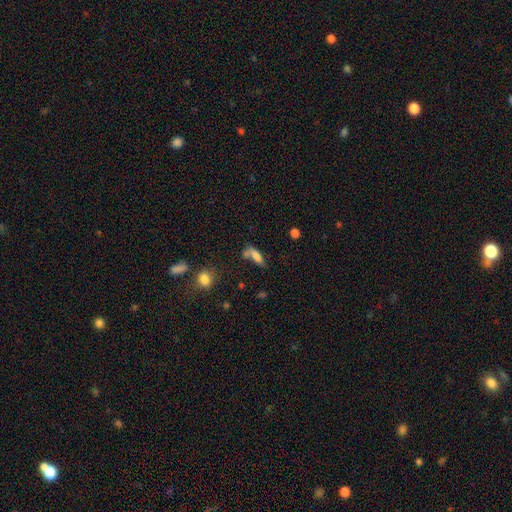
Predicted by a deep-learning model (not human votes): This is likely a smooth galaxy (72%). How rounded: possibly in between (57%). Merging: marginally none (38%).